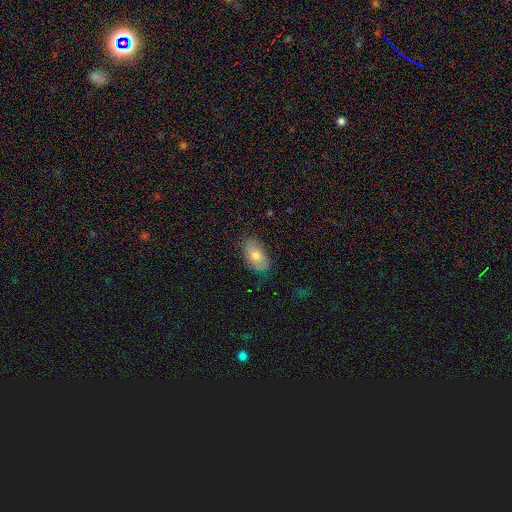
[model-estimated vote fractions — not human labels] Smooth or featured?
  - smooth: 61% *
  - featured or disk: 29%
  - star or artifact: 10%
How rounded?
  - in between: 91% *
  - round: 7%
  - cigar-shaped: 3%
Merging?
  - none: 77% *
  - minor disturbance: 18%
  - major disturbance: 4%
  - merger: 1%